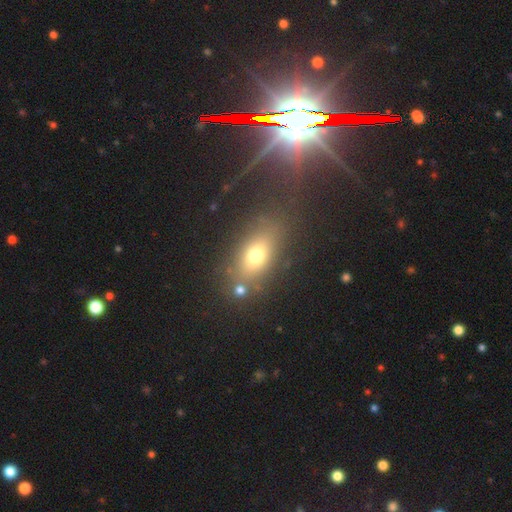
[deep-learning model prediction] smooth_or_featured: smooth (p=0.66) [alt: featured or disk p=0.17]
how_rounded: in between (p=0.73) [alt: round p=0.17]
merging: none (p=0.74) [alt: minor disturbance p=0.12]